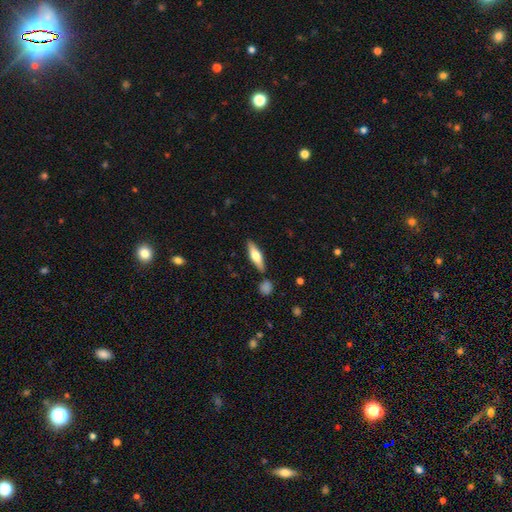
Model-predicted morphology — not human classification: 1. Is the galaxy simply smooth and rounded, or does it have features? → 56% smooth, 39% featured or disk, 6% star or artifact.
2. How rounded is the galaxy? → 58% cigar-shaped, 40% in between, 2% round.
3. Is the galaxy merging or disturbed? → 84% none, 10% minor disturbance, 4% merger, 2% major disturbance.